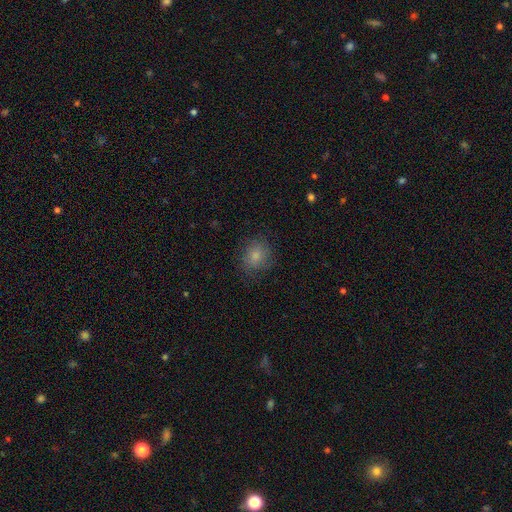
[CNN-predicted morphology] Overall: smooth (79%). How rounded: round (74%). Merging: none (78%).